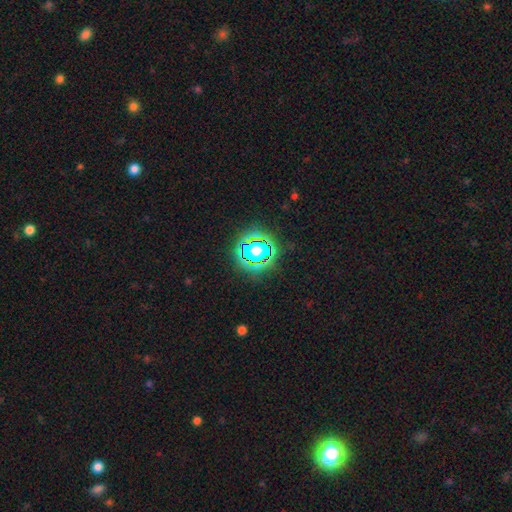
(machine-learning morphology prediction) A star or artifact, not a galaxy (80%).

Vote fractions:
- Smooth or featured? star or artifact: 80% / smooth: 12% / featured or disk: 8%